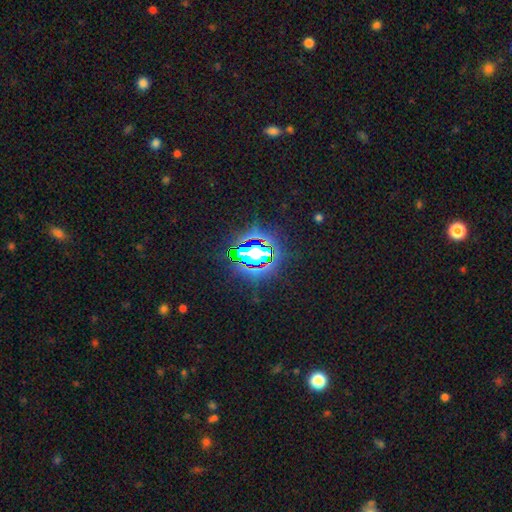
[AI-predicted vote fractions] star or artifact 79%, smooth 13%, featured or disk 8%.